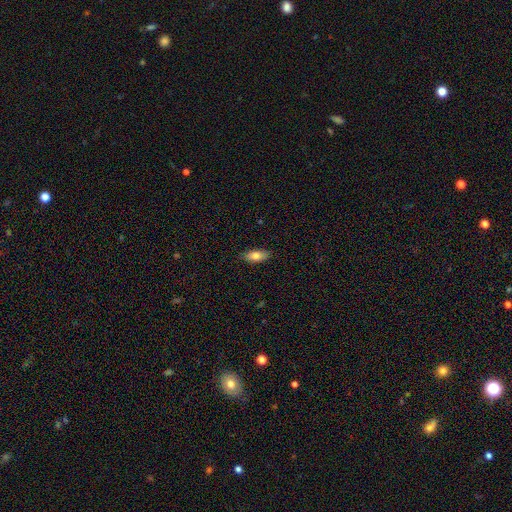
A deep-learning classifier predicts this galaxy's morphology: Smooth or featured? Predicted: smooth (p=0.79). How rounded? Predicted: in between (p=0.84). Merging? Predicted: none (p=0.87).